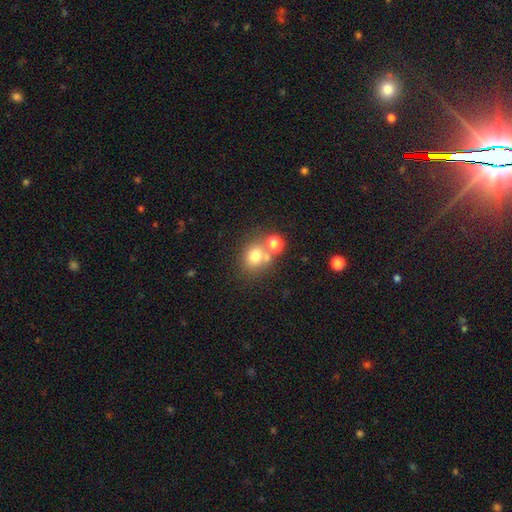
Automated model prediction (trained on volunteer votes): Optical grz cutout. It shows a smooth galaxy with no disk features (72%) that is round (74%). Merging: none (54%).